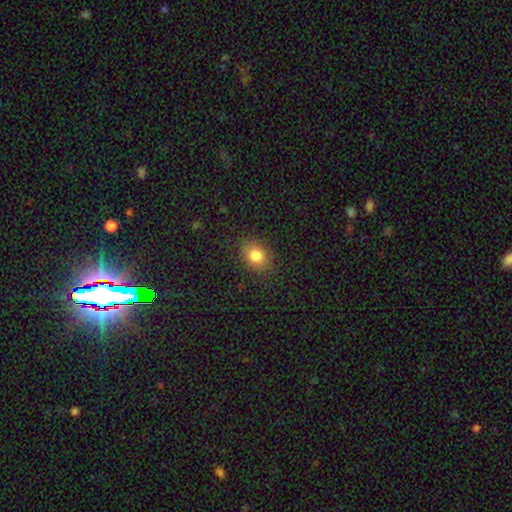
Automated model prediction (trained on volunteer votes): Smooth or featured: smooth — 82% (star or artifact — 11%)
How rounded: in between — 56% (round — 43%)
Merging: none — 87% (minor disturbance — 9%)